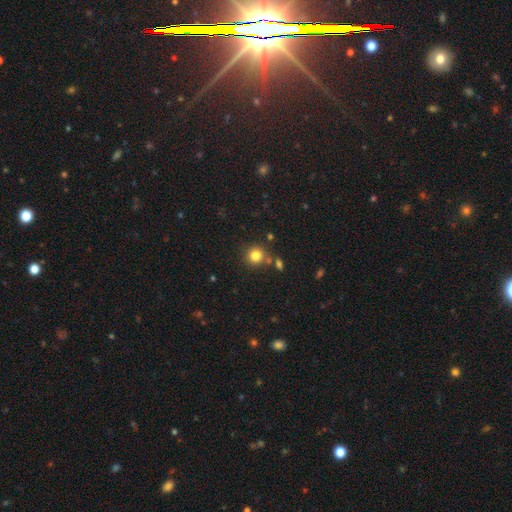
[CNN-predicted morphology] Smooth or featured? smooth (81%)
How rounded? round (91%)
Merging? none (78%)